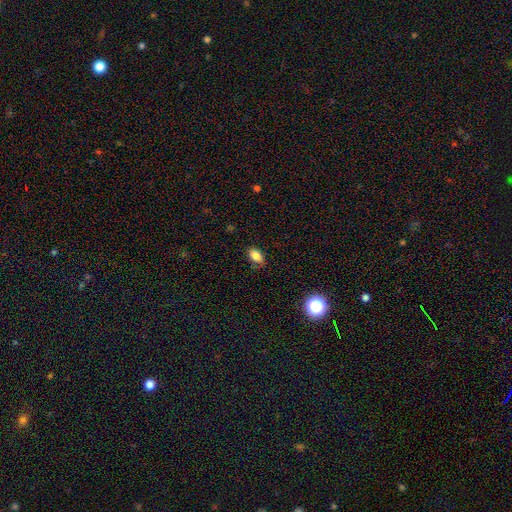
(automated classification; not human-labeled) smooth 83%, star or artifact 10%, featured or disk 7%. Down the decision tree: how rounded — in between (88%); merging — none (81%).